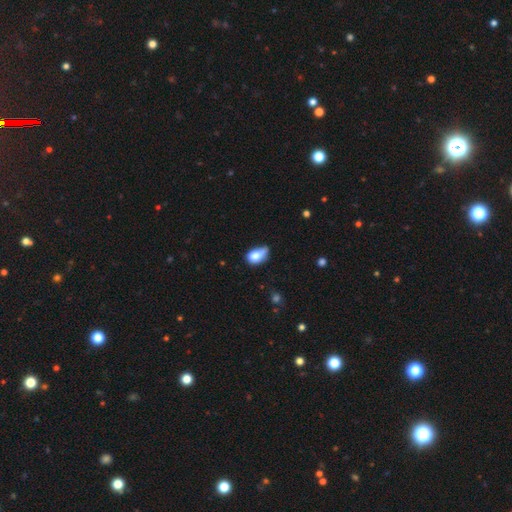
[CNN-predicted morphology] smooth 75%, featured or disk 15%, star or artifact 9%. Down the decision tree: how rounded — in between (81%); merging — minor disturbance (37%).